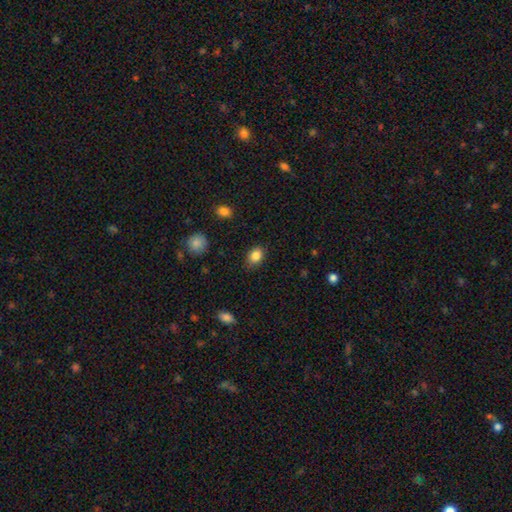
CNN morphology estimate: This is clearly a smooth galaxy (85%). How rounded: likely in between (66%). Merging: clearly none (82%).